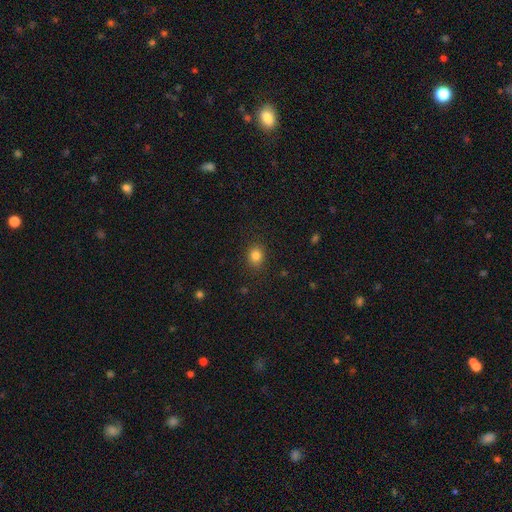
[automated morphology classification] smooth-or-featured: smooth: 84% | star or artifact: 11% | featured or disk: 5%
  how-rounded: round: 61% | in between: 38% | cigar-shaped: 1%
  merging: none: 87% | minor disturbance: 9% | major disturbance: 3% | merger: 1%